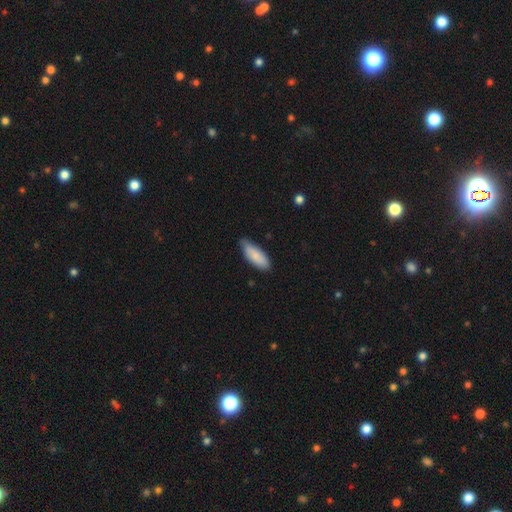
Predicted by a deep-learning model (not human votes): Q: Smooth or featured?
A: smooth (85%); runner-up: featured or disk (9%)
Q: How rounded?
A: in between (71%); runner-up: cigar-shaped (27%)
Q: Merging?
A: none (67%); runner-up: minor disturbance (28%)